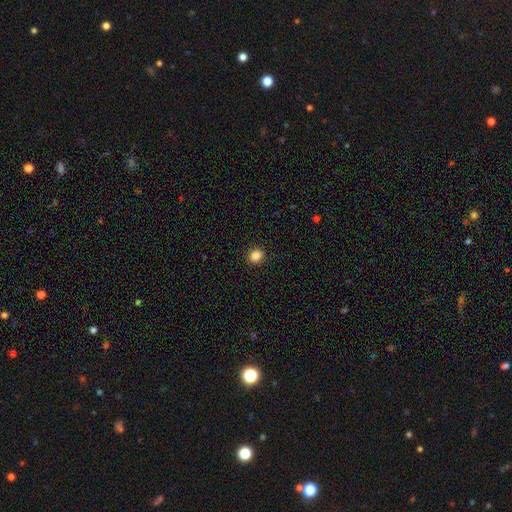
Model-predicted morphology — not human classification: This is clearly a smooth galaxy (87%). How rounded: likely round (64%). Merging: clearly none (90%).